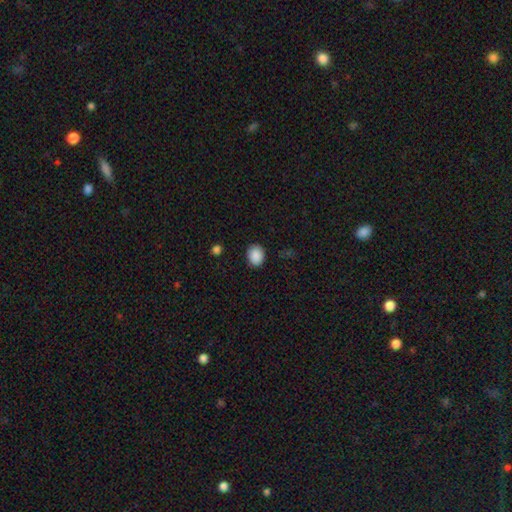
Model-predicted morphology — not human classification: The model was most divided on "how rounded": round: 54%, in between: 46%, cigar-shaped: 1%. More confident: smooth or featured — smooth (89%); merging — none (86%).